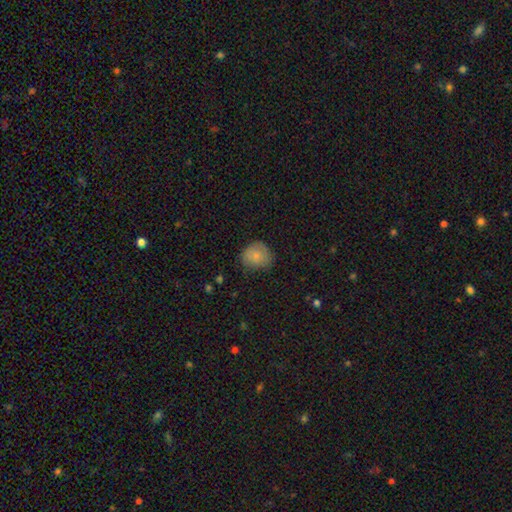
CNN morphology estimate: This appears to be a smooth galaxy with no disk features (79%) that is round (74%). Merging: none (65%).